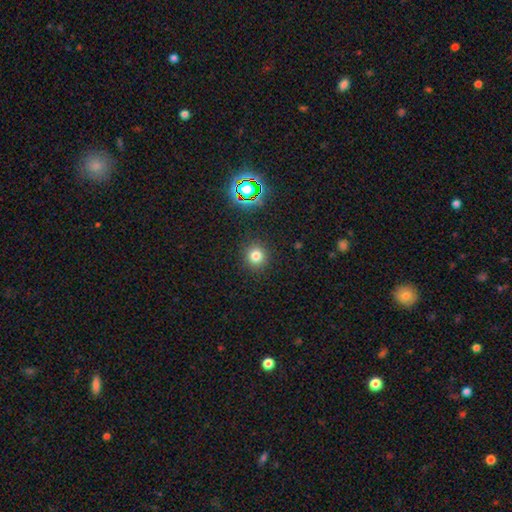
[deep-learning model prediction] The model was most divided on "smooth or featured": smooth: 77%, star or artifact: 17%, featured or disk: 6%. More confident: how rounded — round (91%); merging — none (90%).